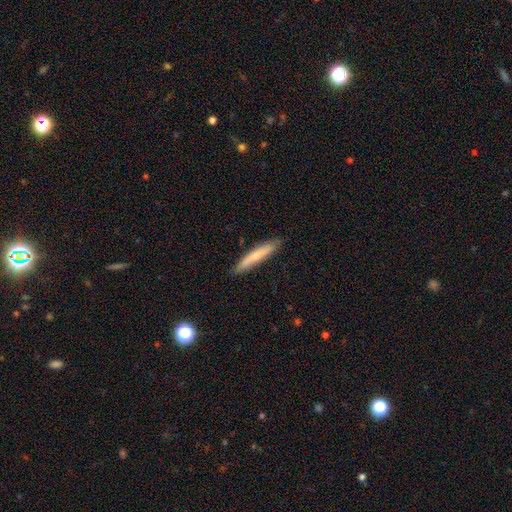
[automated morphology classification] Smooth or featured? Predicted: smooth (p=0.61). How rounded? Predicted: cigar-shaped (p=0.91). Merging? Predicted: none (p=0.87).